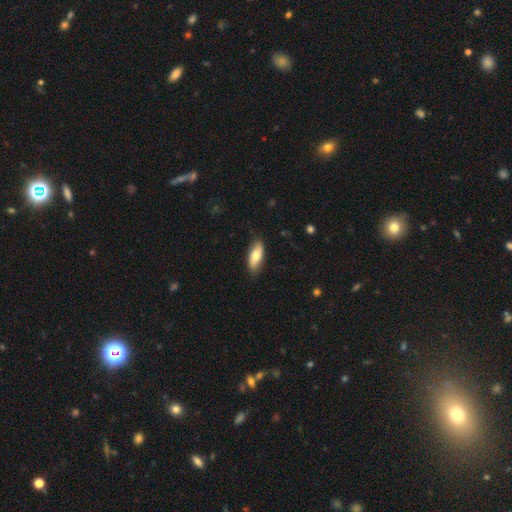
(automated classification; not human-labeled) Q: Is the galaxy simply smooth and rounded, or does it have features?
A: smooth — 74%.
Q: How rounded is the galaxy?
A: in between — 76%.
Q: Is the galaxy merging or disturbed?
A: none — 84%.